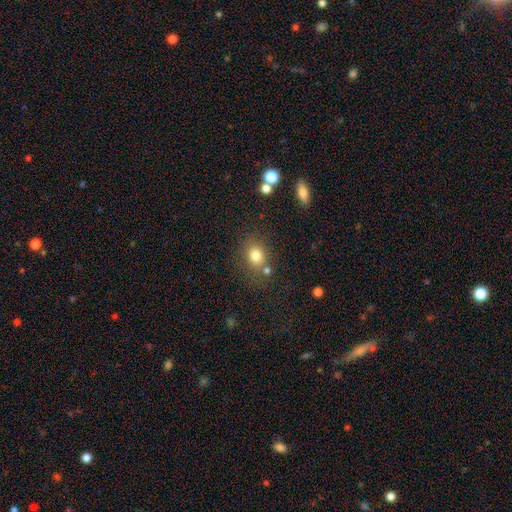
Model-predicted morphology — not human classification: Overall: smooth (78%). How rounded: round (61%; in between 38%). Merging: none (68%).